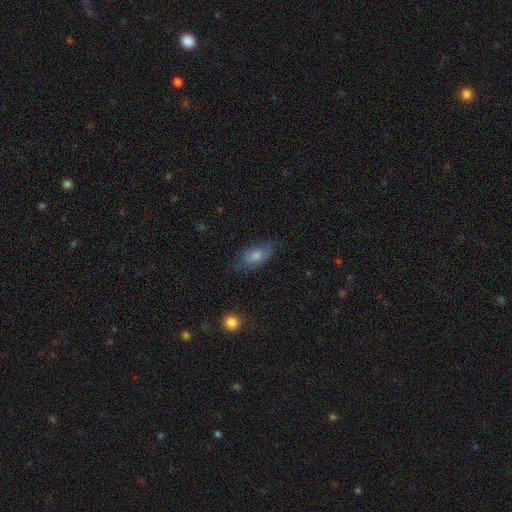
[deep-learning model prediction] This appears to be a smooth galaxy with no disk features (60%) that is in between round and cigar-shaped (85%). Merging: none (66%).